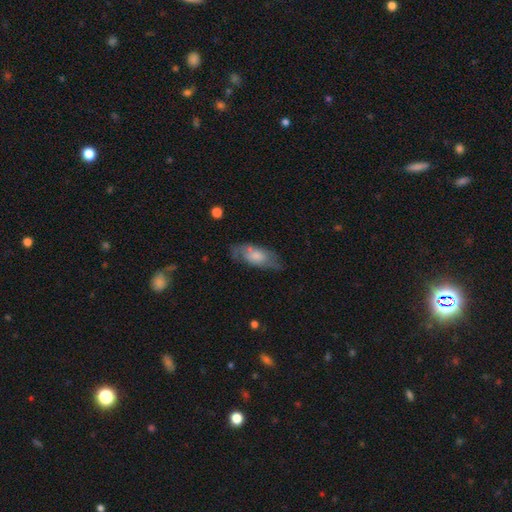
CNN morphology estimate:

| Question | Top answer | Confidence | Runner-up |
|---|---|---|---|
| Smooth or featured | smooth | 57% | featured or disk (37%) |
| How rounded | in between | 83% | cigar-shaped (15%) |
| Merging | none | 60% | minor disturbance (27%) |